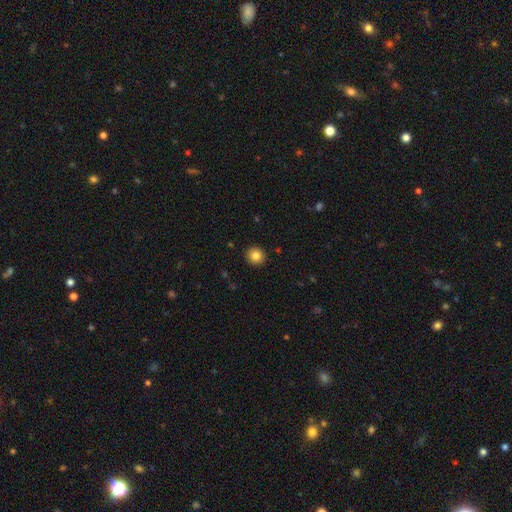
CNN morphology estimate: This appears to be a smooth galaxy with no disk features (83%) that is round (91%). Merging: none (92%).